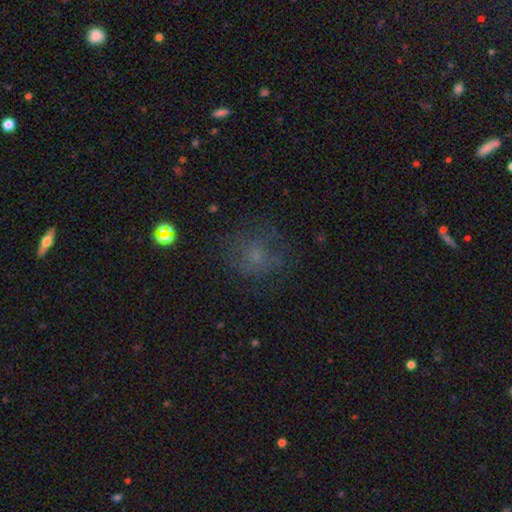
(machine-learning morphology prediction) smooth-or-featured: smooth: 57% | featured or disk: 22% | star or artifact: 21%
  how-rounded: round: 79% | in between: 20% | cigar-shaped: 1%
  merging: none: 66% | minor disturbance: 17% | major disturbance: 15% | merger: 2%